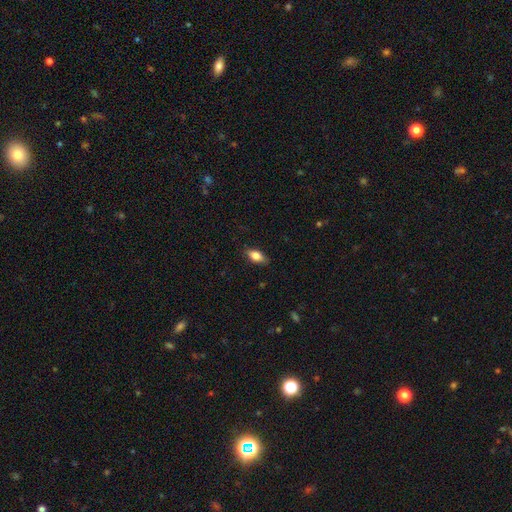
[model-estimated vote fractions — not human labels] A smooth galaxy with no disk features (78%) that is in between round and cigar-shaped (85%).

Vote fractions:
- Smooth or featured? smooth: 78% / featured or disk: 15% / star or artifact: 7%
- How rounded? in between: 85% / cigar-shaped: 10% / round: 5%
- Merging? none: 84% / minor disturbance: 13% / major disturbance: 3% / merger: 1%